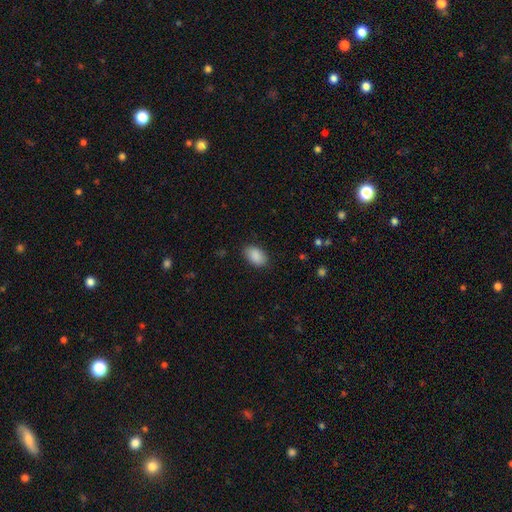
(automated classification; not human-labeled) smooth_or_featured: smooth (p=0.90) [alt: star or artifact p=0.07]
how_rounded: in between (p=0.92) [alt: round p=0.07]
merging: none (p=0.85) [alt: minor disturbance p=0.11]